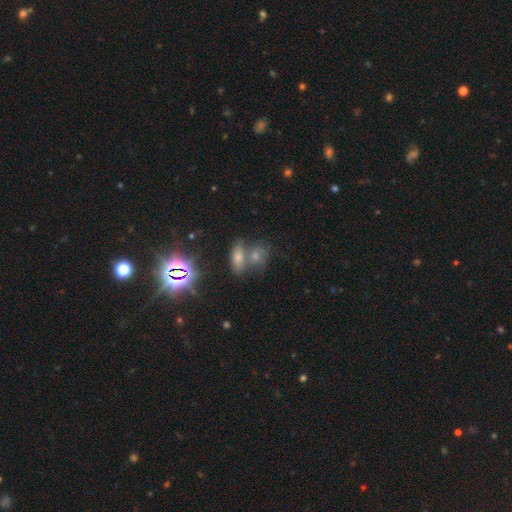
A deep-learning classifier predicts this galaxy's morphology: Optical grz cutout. It shows a star or artifact, not a galaxy (41%).